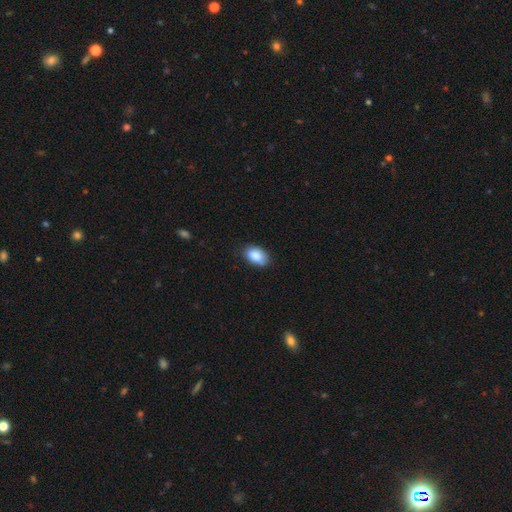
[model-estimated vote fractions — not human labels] Morphology: type=smooth (88%); roundness=in between (90%); merging=none (77%).